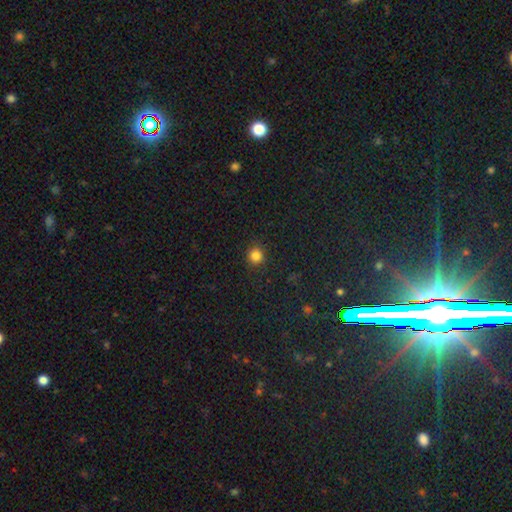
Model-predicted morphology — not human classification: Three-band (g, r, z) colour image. It shows a smooth galaxy with no disk features (84%) that is round (93%). Merging: none (90%).